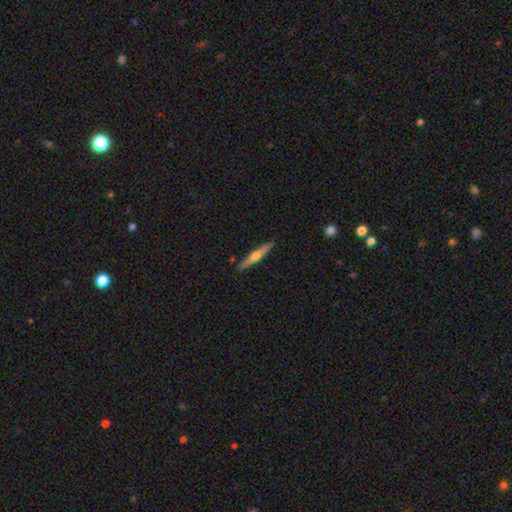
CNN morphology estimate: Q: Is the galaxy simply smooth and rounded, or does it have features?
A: featured or disk — 62%.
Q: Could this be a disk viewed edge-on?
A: yes — 97%.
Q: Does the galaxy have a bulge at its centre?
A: rounded — 91%.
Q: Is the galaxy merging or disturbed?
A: none — 90%.